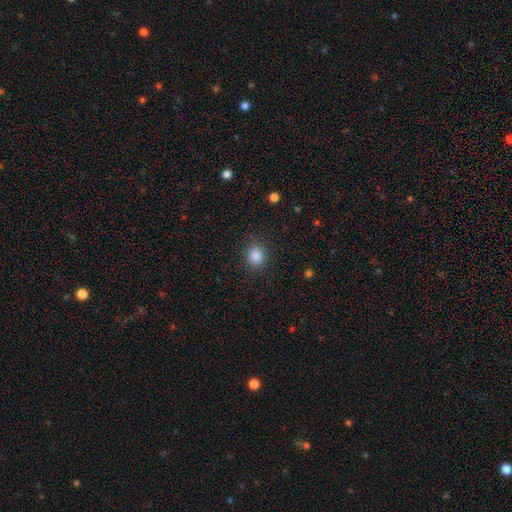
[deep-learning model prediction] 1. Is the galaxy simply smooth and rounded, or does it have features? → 86% smooth, 10% star or artifact, 4% featured or disk.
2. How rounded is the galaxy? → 78% round, 21% in between, 1% cigar-shaped.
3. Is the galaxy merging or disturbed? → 85% none, 10% minor disturbance, 4% major disturbance, 1% merger.